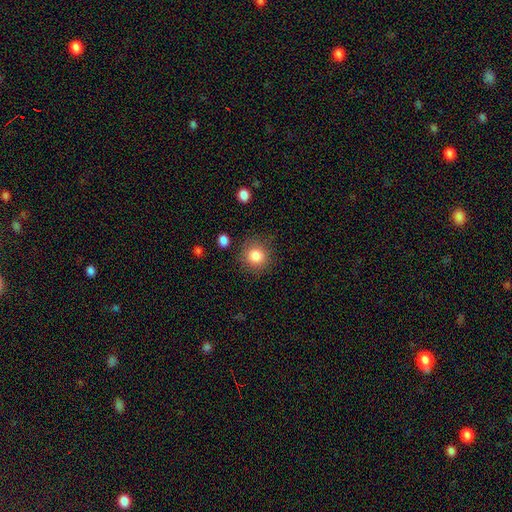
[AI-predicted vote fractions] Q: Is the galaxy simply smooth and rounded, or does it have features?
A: smooth — 85%.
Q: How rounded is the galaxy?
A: round — 90%.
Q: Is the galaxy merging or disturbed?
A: none — 83%.